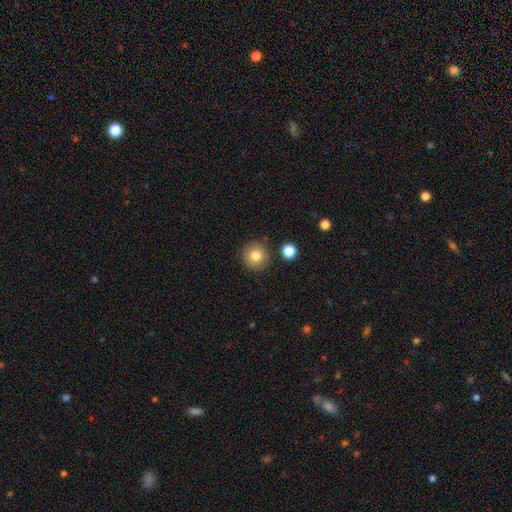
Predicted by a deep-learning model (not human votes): Smooth or featured?
  - smooth: 81% *
  - star or artifact: 10%
  - featured or disk: 9%
How rounded?
  - round: 94% *
  - in between: 5%
  - cigar-shaped: 1%
Merging?
  - none: 88% *
  - minor disturbance: 6%
  - merger: 3%
  - major disturbance: 2%